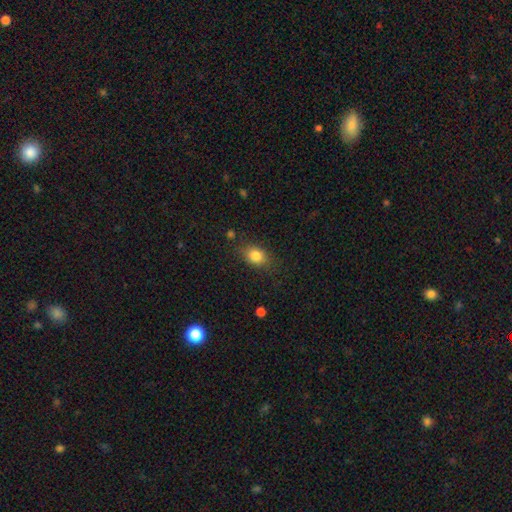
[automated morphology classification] smooth 83%, star or artifact 9%, featured or disk 7%. Down the decision tree: how rounded — in between (69%); merging — none (78%).